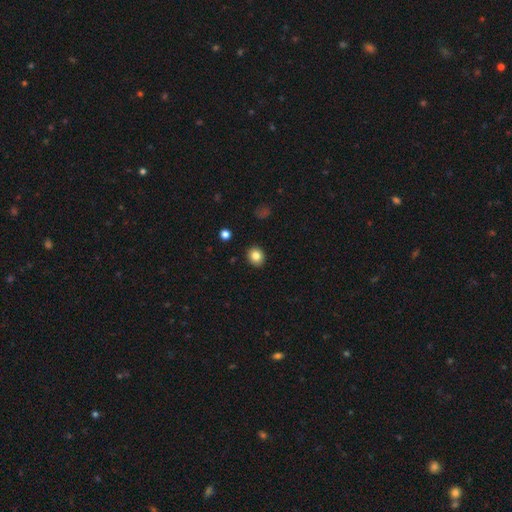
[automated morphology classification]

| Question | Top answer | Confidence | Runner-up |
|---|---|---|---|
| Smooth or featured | smooth | 83% | star or artifact (10%) |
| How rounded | round | 69% | in between (30%) |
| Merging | none | 90% | minor disturbance (7%) |